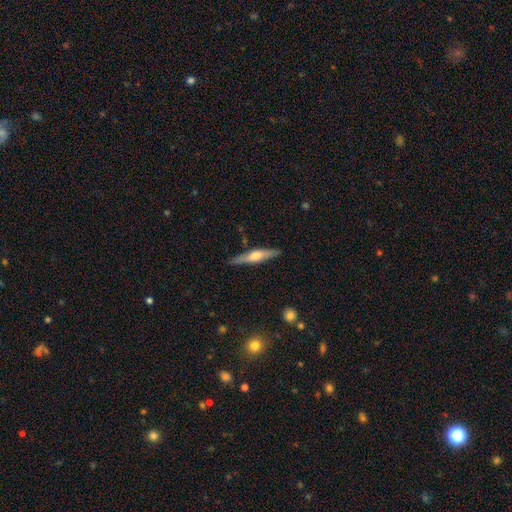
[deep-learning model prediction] Q: Smooth or featured?
A: featured or disk (58%); runner-up: smooth (37%)
Q: Edge-on disk?
A: yes (95%); runner-up: no (5%)
Q: Edge-on bulge?
A: rounded (88%); runner-up: none (6%)
Q: Merging?
A: none (87%); runner-up: minor disturbance (9%)